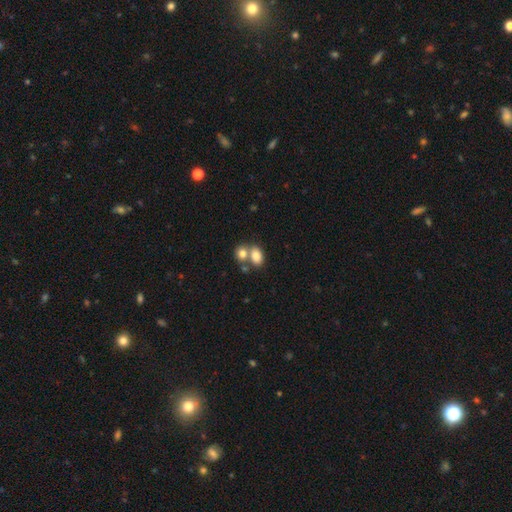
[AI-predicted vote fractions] The model was most divided on "merging": merger: 47%, none: 40%, minor disturbance: 9%, major disturbance: 4%. More confident: smooth or featured — smooth (81%); how rounded — in between (79%).